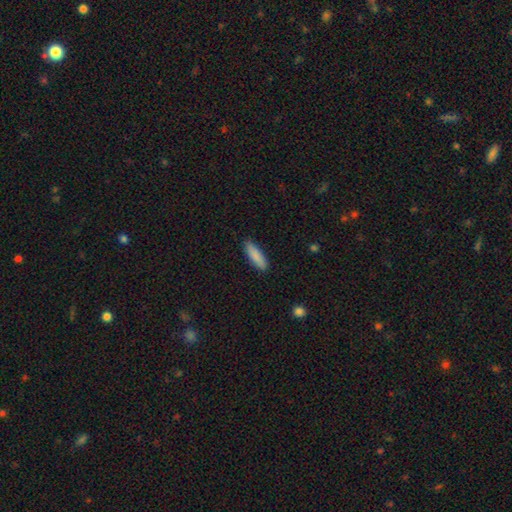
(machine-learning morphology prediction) Smooth or featured? smooth (87%)
How rounded? cigar-shaped (56%)
Merging? none (87%)